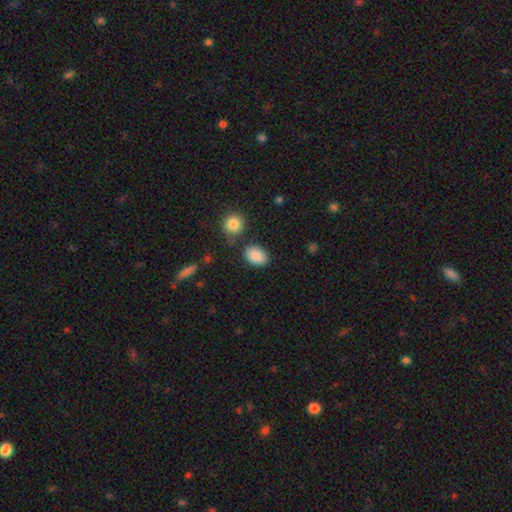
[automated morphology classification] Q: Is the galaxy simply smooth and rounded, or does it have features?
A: smooth — 88%.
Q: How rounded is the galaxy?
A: in between — 81%.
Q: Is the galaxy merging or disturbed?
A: none — 80%.